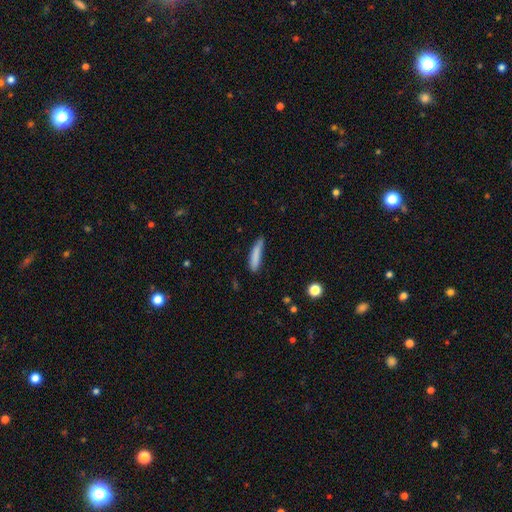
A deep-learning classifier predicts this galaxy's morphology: Smooth or featured? smooth (82%)
How rounded? cigar-shaped (85%)
Merging? none (65%)